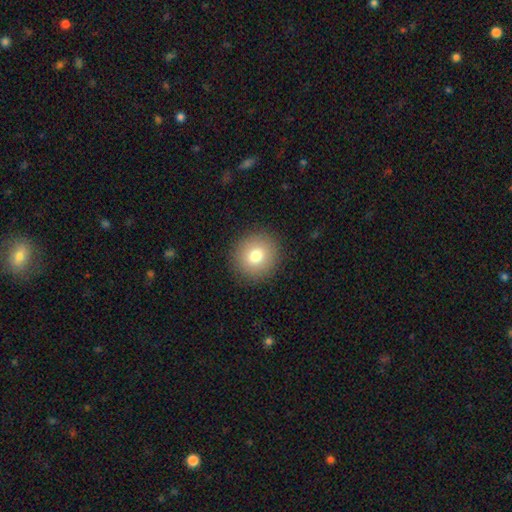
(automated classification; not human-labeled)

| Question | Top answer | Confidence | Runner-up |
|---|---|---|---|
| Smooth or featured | smooth | 78% | featured or disk (12%) |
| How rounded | round | 87% | in between (12%) |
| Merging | none | 90% | minor disturbance (7%) |